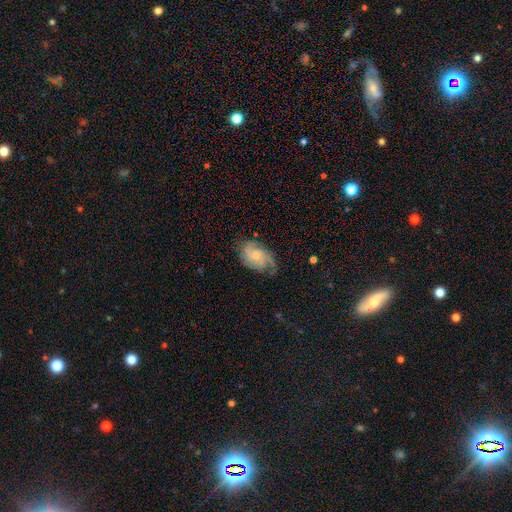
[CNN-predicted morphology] Overall: featured or disk (64%; smooth 28%). Edge-on disk: no (97%). Bar: no (74%). Spiral arms: yes (90%). Spiral arm count: can't tell (35%; 2 26%). Spiral winding: tight (42%; medium 39%). Bulge size: small (61%; moderate 32%). Merging: none (59%; minor disturbance 27%).